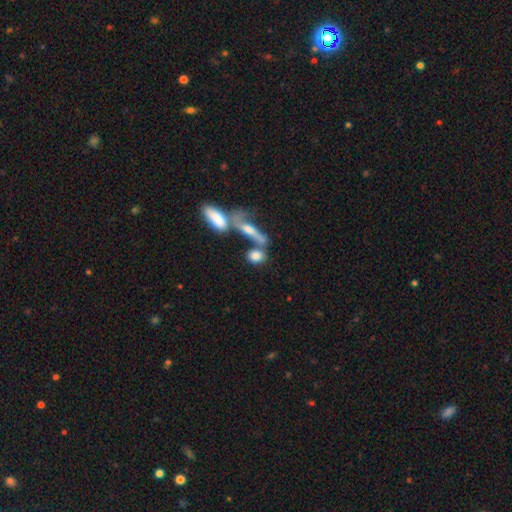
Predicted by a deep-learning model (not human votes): Smooth or featured?
  - smooth: 74% *
  - featured or disk: 17%
  - star or artifact: 9%
How rounded?
  - in between: 62% *
  - round: 22%
  - cigar-shaped: 16%
Merging?
  - none: 40% * (tied)
  - merger: 40% * (tied)
  - minor disturbance: 12%
  - major disturbance: 8%